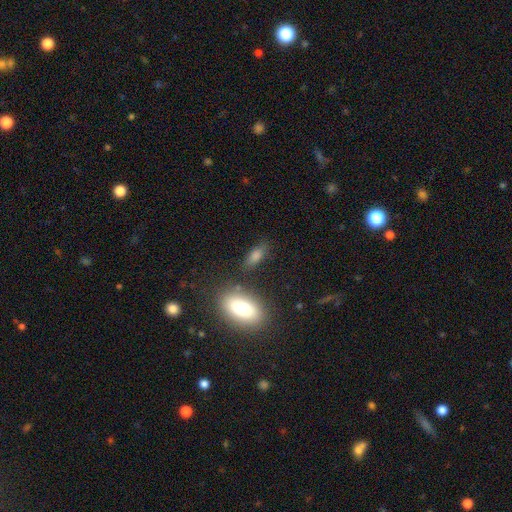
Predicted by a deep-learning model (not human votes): A smooth galaxy with no disk features (77%) that is in between round and cigar-shaped (71%).

Vote fractions:
- Smooth or featured? smooth: 77% / featured or disk: 12% / star or artifact: 11%
- How rounded? in between: 71% / cigar-shaped: 23% / round: 6%
- Merging? none: 71% / minor disturbance: 15% / merger: 8% / major disturbance: 6%